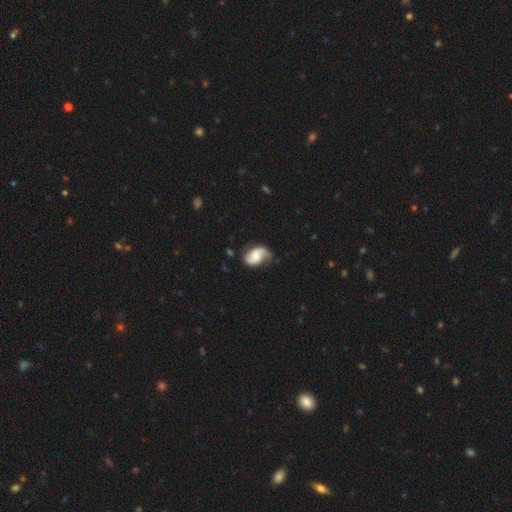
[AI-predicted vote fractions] Smooth or featured?
  - featured or disk: 68% *
  - smooth: 25%
  - star or artifact: 7%
Edge-on disk?
  - no: 97% *
  - yes: 3%
Bar?
  - no: 57% *
  - weak: 35%
  - strong: 8%
Spiral arms?
  - yes: 93% *
  - no: 7%
Spiral winding?
  - loose: 44% *
  - medium: 38%
  - tight: 18%
Spiral arm count?
  - 2: 79% *
  - 1: 12%
  - can't tell: 5%
  - 3: 1%
  - 4: 1%
  - more than 4: 1%
Bulge size?
  - moderate: 50% *
  - small: 31%
  - large: 10%
  - none: 8%
  - dominant: 2%
Merging?
  - none: 63% *
  - minor disturbance: 26%
  - major disturbance: 9%
  - merger: 2%